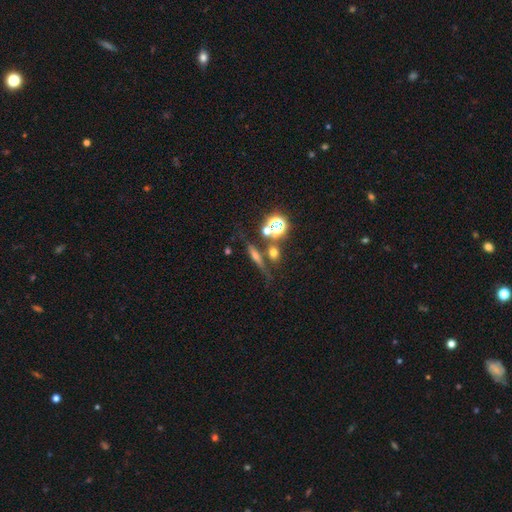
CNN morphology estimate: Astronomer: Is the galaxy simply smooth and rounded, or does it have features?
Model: featured or disk — 43% (runner-up: smooth, 32%).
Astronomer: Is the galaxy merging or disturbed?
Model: none — 69%.